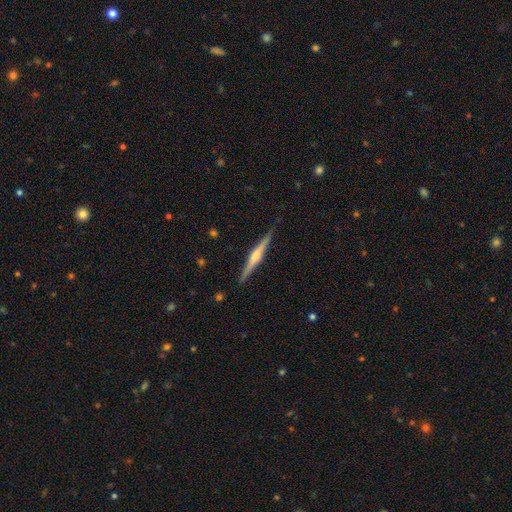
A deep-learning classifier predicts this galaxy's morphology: This is likely a featured or disk galaxy (75%). It is clearly viewed edge-on (98%). Edge-on bulge: likely rounded (80%). Merging: clearly none (89%).